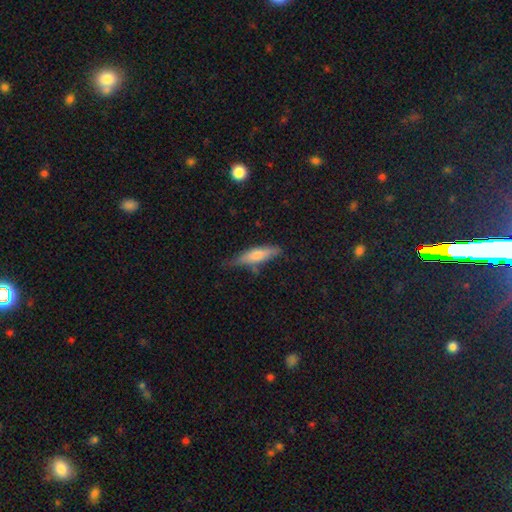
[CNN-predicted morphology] Smooth or featured?
  - smooth: 66% *
  - featured or disk: 28%
  - star or artifact: 6%
How rounded?
  - cigar-shaped: 69% *
  - in between: 29%
  - round: 2%
Merging?
  - none: 66% *
  - minor disturbance: 25%
  - major disturbance: 5%
  - merger: 3%